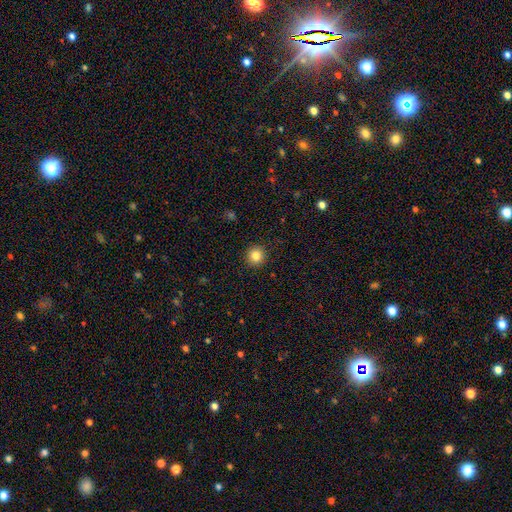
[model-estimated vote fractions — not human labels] smooth-or-featured: smooth: 84% | star or artifact: 11% | featured or disk: 5%
  how-rounded: round: 94% | in between: 5% | cigar-shaped: 1%
  merging: none: 93% | minor disturbance: 5% | major disturbance: 2% | merger: 1%